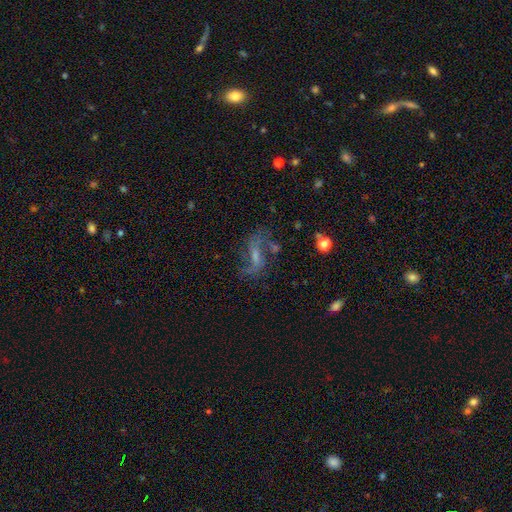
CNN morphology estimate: Smooth or featured? Predicted: featured or disk (p=0.68). Edge-on disk? Predicted: no (p=0.93). Bar? Predicted: weak (p=0.48). Spiral arms? Predicted: yes (p=0.79). Spiral winding? Predicted: loose (p=0.65). Spiral arm count? Predicted: 2 (p=0.77). Bulge size? Predicted: small (p=0.41). Merging? Predicted: none (p=0.49).